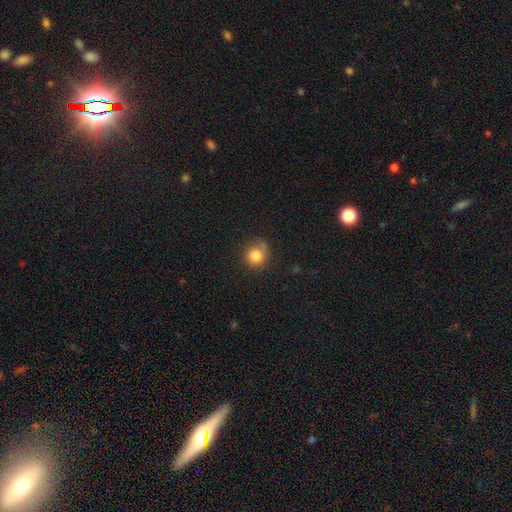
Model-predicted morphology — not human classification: The model was most divided on "merging": none: 61%, minor disturbance: 24%, major disturbance: 10%, merger: 4%. More confident: how rounded — round (85%); smooth or featured — smooth (82%).